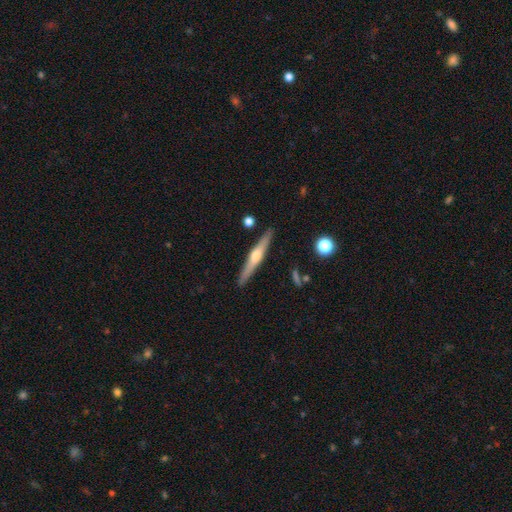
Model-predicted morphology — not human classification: Overall: featured or disk (69%). Edge-on disk: yes (98%). Edge-on bulge: rounded (91%). Merging: none (90%).